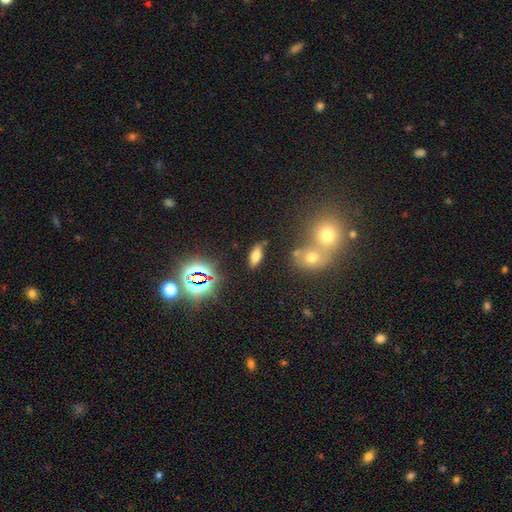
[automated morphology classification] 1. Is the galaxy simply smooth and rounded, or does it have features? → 68% smooth, 18% star or artifact, 14% featured or disk.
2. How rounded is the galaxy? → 75% in between, 21% cigar-shaped, 4% round.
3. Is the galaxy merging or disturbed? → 80% none, 11% minor disturbance, 5% merger, 4% major disturbance.